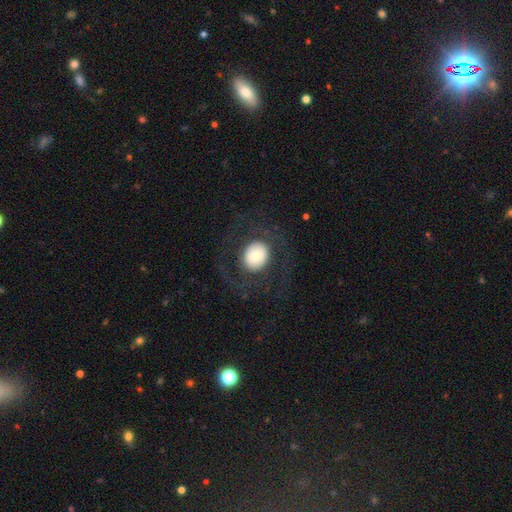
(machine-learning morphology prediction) This appears to be a smooth galaxy with no disk features (63%) that is round (67%). Merging: none (74%).